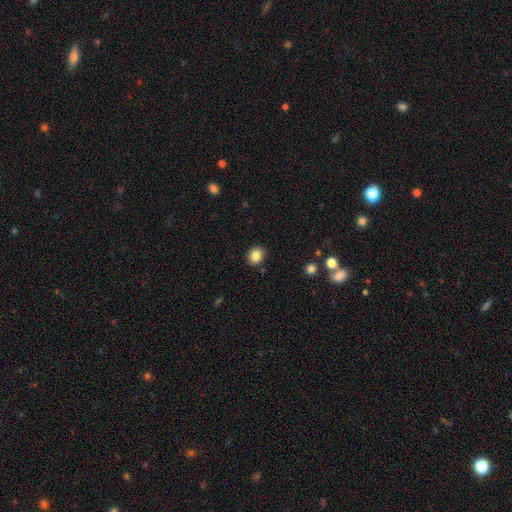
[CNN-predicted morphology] Smooth or featured: smooth — 84% (star or artifact — 10%)
How rounded: round — 69% (in between — 30%)
Merging: none — 90% (minor disturbance — 7%)